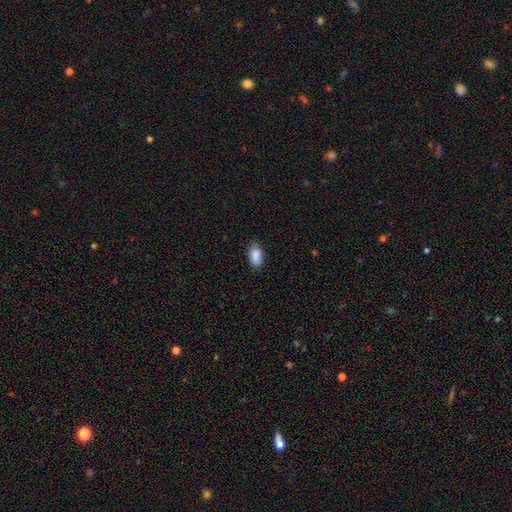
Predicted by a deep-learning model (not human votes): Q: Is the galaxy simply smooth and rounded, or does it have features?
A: smooth — 89%.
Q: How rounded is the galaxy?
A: in between — 93%.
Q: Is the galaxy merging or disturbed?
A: none — 82%.